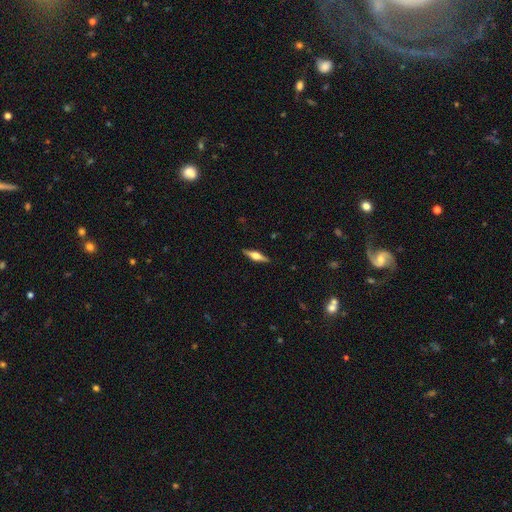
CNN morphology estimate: Smooth or featured?
  - featured or disk: 67% *
  - smooth: 28%
  - star or artifact: 6%
Edge-on disk?
  - yes: 97% *
  - no: 3%
Edge-on bulge?
  - rounded: 92% *
  - boxy: 6%
  - none: 2%
Merging?
  - none: 90% *
  - minor disturbance: 7%
  - major disturbance: 2%
  - merger: 1%